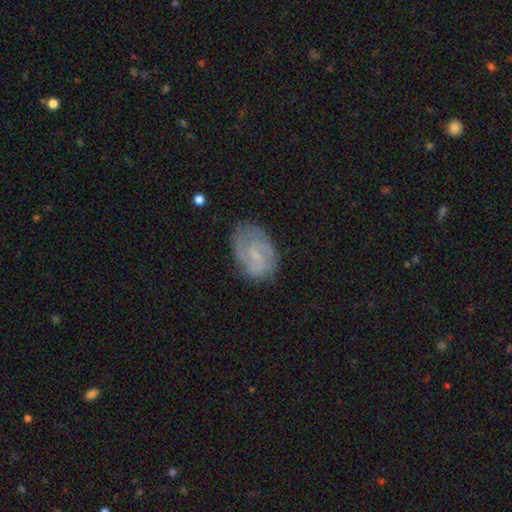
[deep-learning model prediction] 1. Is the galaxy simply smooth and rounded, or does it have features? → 70% featured or disk, 22% smooth, 7% star or artifact.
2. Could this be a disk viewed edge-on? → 97% no, 3% yes.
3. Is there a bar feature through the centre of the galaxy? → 49% weak, 41% no, 9% strong.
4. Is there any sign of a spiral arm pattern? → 89% yes, 11% no.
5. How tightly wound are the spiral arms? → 44% medium, 41% tight, 16% loose.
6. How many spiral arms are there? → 53% 2, 24% can't tell, 12% 3, 4% 1, 3% 4, 3% more than 4.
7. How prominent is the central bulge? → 63% small, 21% none, 14% moderate, 1% large, 1% dominant.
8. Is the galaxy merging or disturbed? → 68% none, 22% minor disturbance, 8% major disturbance, 2% merger.